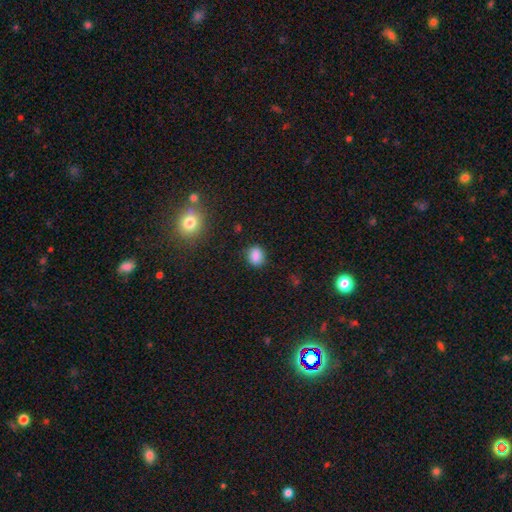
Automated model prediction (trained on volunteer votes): A smooth galaxy with no disk features (85%) that is round (56%). Merging: none (83%).